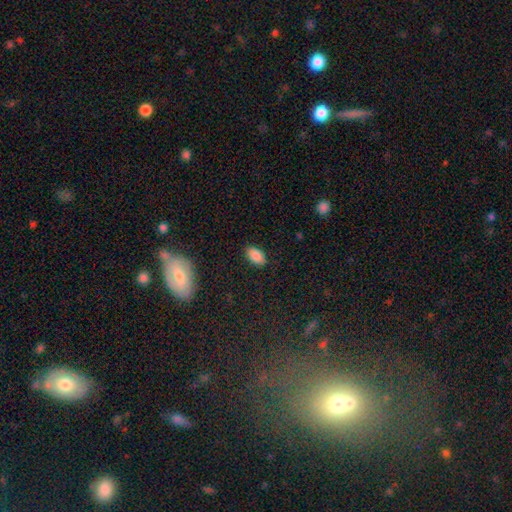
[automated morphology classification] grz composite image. It shows a smooth galaxy with no disk features (86%) that is in between round and cigar-shaped (92%). Merging: none (86%).